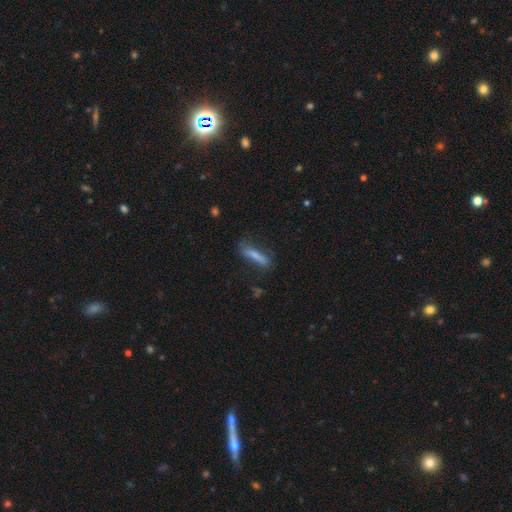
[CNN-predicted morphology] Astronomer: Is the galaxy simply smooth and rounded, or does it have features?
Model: smooth — 69%.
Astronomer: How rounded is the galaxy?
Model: cigar-shaped — 82%.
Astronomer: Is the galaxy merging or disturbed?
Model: none — 65%.